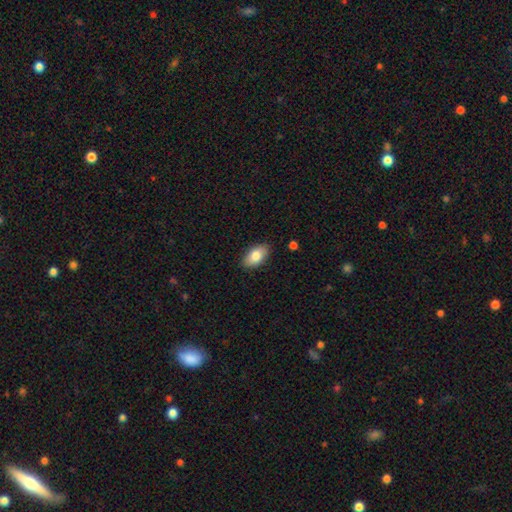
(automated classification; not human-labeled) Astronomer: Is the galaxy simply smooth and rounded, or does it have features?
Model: smooth — 82%.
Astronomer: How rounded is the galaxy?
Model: in between — 93%.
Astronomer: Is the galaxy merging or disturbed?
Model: none — 88%.